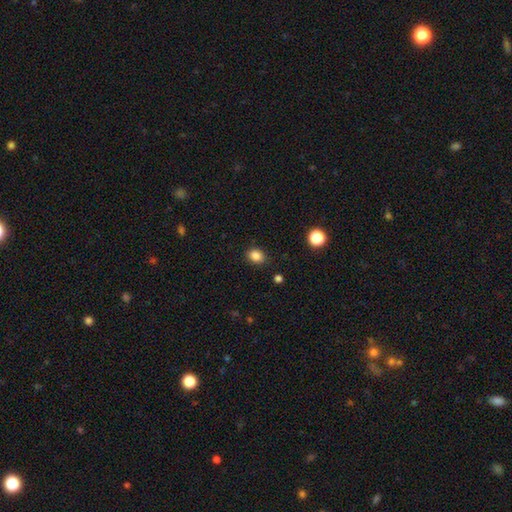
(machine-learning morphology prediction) The model was most divided on "how rounded": in between: 55%, round: 44%, cigar-shaped: 1%. More confident: smooth or featured — smooth (85%); merging — none (85%).